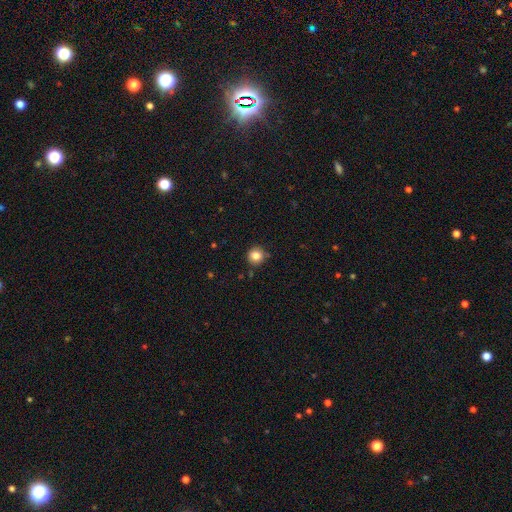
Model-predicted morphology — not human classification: Smooth or featured: smooth — 83% (star or artifact — 11%)
How rounded: round — 92% (in between — 7%)
Merging: none — 84% (minor disturbance — 11%)